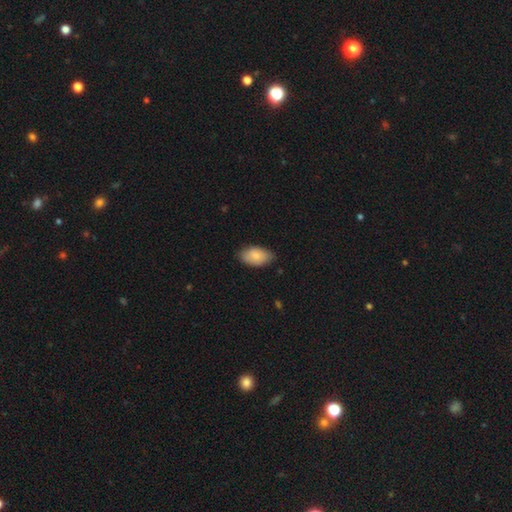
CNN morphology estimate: Smooth or featured: smooth — 84% (featured or disk — 10%)
How rounded: in between — 94% (round — 4%)
Merging: none — 79% (minor disturbance — 17%)